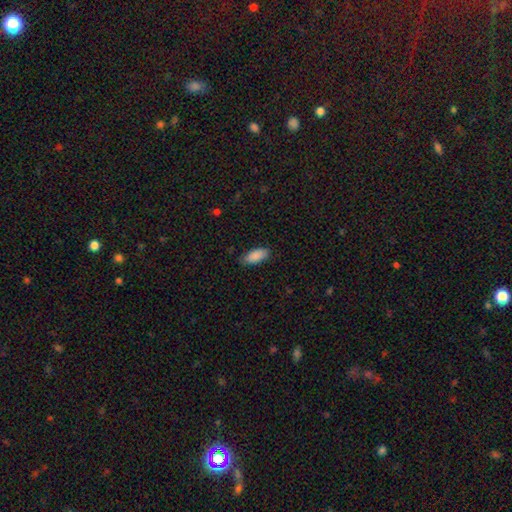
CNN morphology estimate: Smooth or featured?
  - smooth: 89% *
  - star or artifact: 6%
  - featured or disk: 5%
How rounded?
  - in between: 86% *
  - cigar-shaped: 12%
  - round: 2%
Merging?
  - none: 81% *
  - minor disturbance: 16%
  - major disturbance: 3%
  - merger: 1%